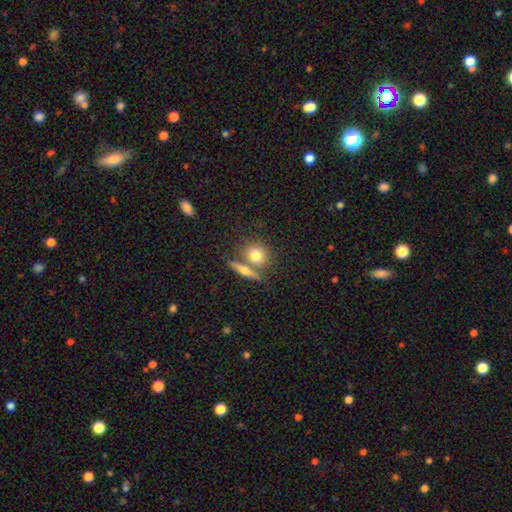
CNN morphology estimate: This appears to be a smooth galaxy with no disk features (72%) that is round (68%). Merging: none (54%).